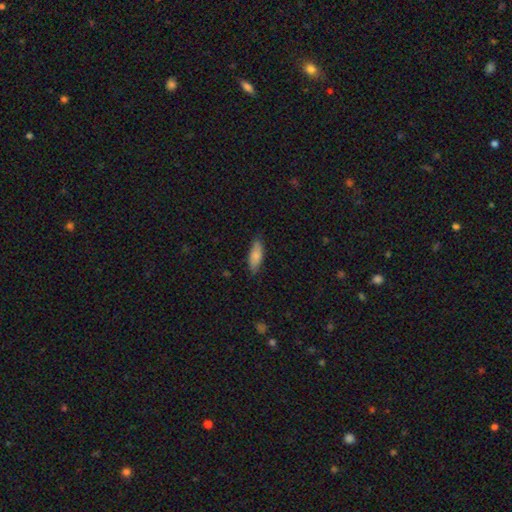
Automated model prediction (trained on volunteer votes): Smooth or featured?
  - smooth: 81% *
  - featured or disk: 13%
  - star or artifact: 6%
How rounded?
  - in between: 66% *
  - cigar-shaped: 32%
  - round: 2%
Merging?
  - none: 78% *
  - minor disturbance: 17%
  - major disturbance: 3%
  - merger: 1%